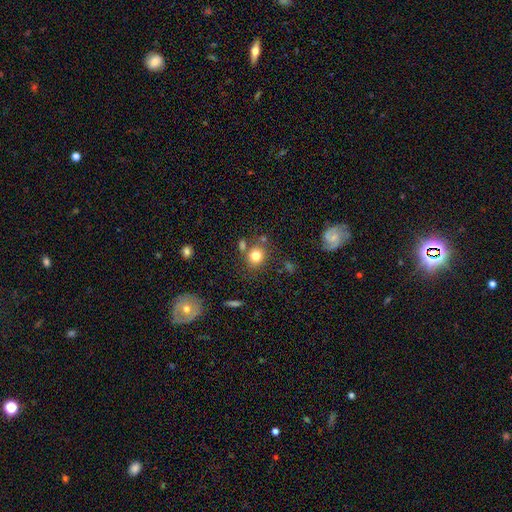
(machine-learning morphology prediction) type=smooth (79%); roundness=round (74%); merging=none (72%).